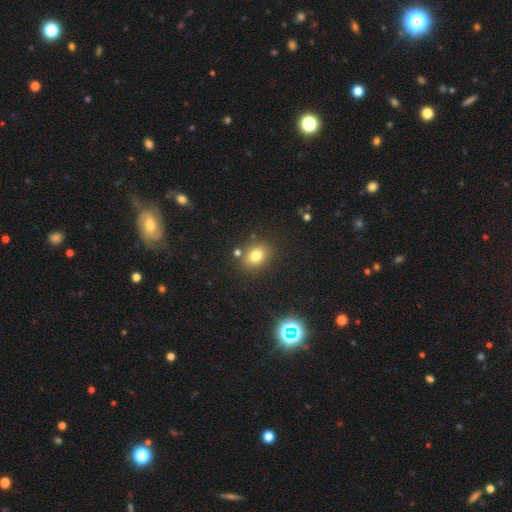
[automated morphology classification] This appears to be a smooth galaxy with no disk features (77%) that is round (50%). Merging: none (79%).